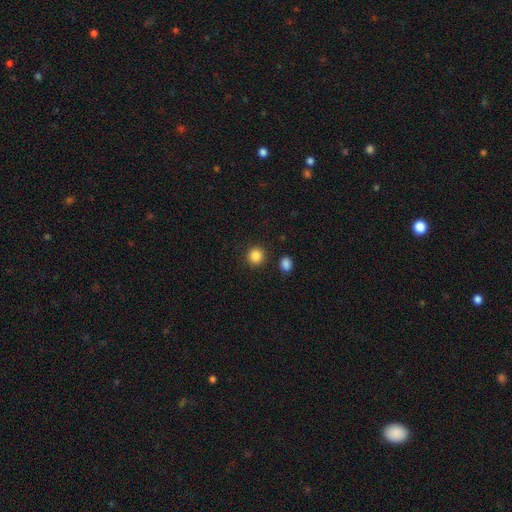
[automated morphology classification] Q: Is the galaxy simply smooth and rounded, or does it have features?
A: smooth — 86%.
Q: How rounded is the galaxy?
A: round — 92%.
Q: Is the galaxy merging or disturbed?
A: none — 89%.